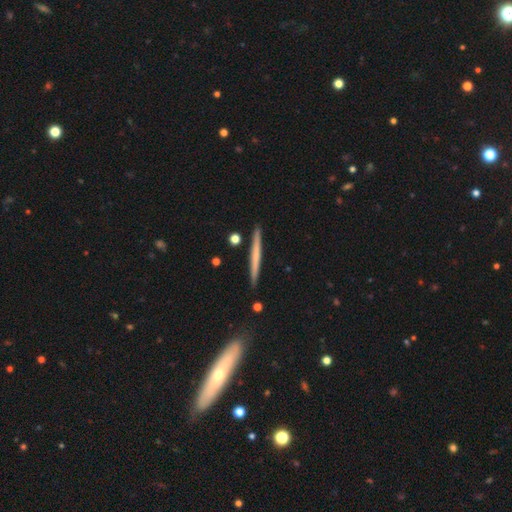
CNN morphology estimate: Q: Smooth or featured?
A: smooth (52%); runner-up: featured or disk (43%)
Q: How rounded?
A: cigar-shaped (97%); runner-up: in between (2%)
Q: Merging?
A: none (90%); runner-up: minor disturbance (7%)